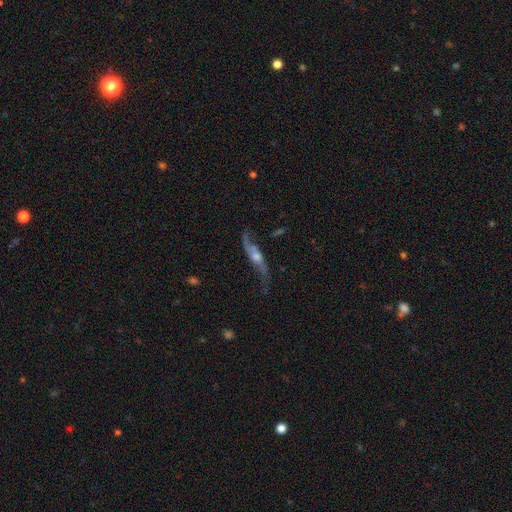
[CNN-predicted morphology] Q: Smooth or featured?
A: featured or disk (80%); runner-up: smooth (13%)
Q: Edge-on disk?
A: no (61%); runner-up: yes (39%)
Q: Merging?
A: none (59%); runner-up: minor disturbance (22%)